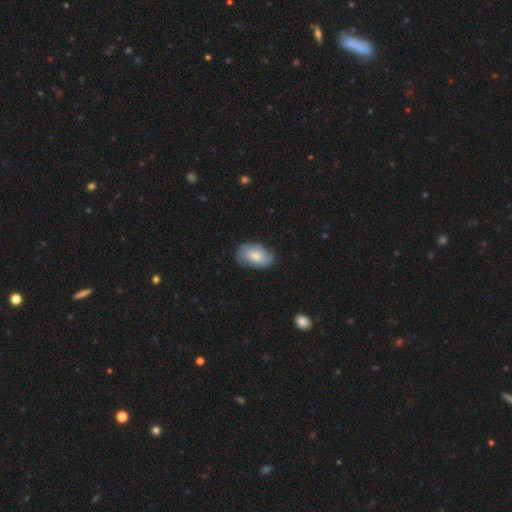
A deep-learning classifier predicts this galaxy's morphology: smooth 53%, featured or disk 40%, star or artifact 6%. Down the decision tree: how rounded — in between (88%); merging — none (70%).